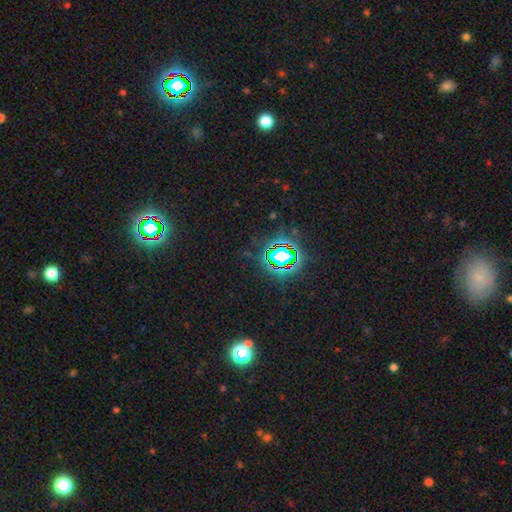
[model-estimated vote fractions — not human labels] Smooth or featured? star or artifact (80%)